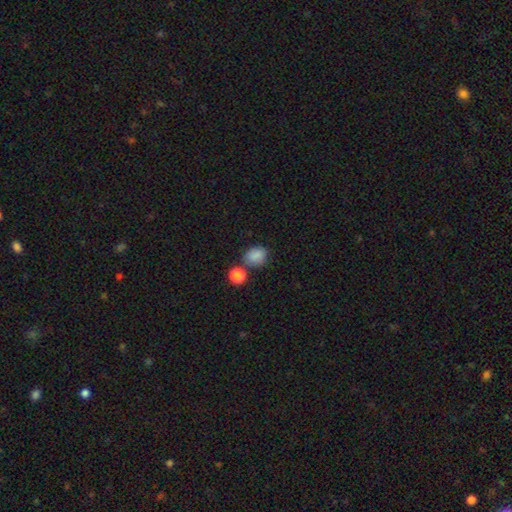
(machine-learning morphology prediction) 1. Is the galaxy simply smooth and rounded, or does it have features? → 84% smooth, 11% star or artifact, 5% featured or disk.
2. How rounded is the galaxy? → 50% round, 49% in between, 1% cigar-shaped.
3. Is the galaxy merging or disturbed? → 68% none, 15% minor disturbance, 12% merger, 5% major disturbance.